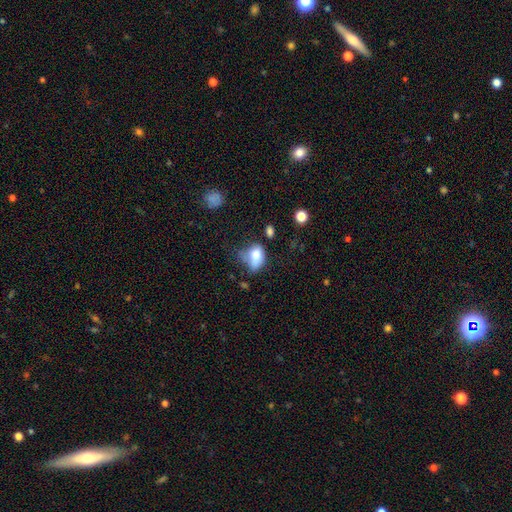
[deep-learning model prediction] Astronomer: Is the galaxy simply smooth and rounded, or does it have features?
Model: smooth — 75%.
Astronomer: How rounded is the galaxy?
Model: in between — 79%.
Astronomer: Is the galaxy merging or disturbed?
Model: minor disturbance — 33% (runner-up: major disturbance, 30%).